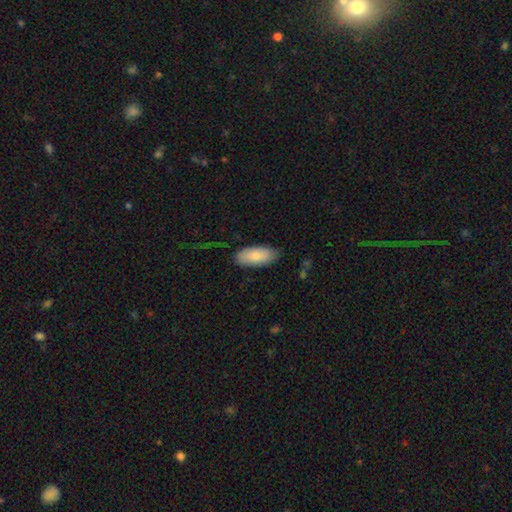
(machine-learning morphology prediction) A smooth galaxy with no disk features (82%) that is in between round and cigar-shaped (90%).

Vote fractions:
- Smooth or featured? smooth: 82% / featured or disk: 12% / star or artifact: 6%
- How rounded? in between: 90% / cigar-shaped: 9% / round: 2%
- Merging? none: 80% / minor disturbance: 15% / major disturbance: 3% / merger: 1%